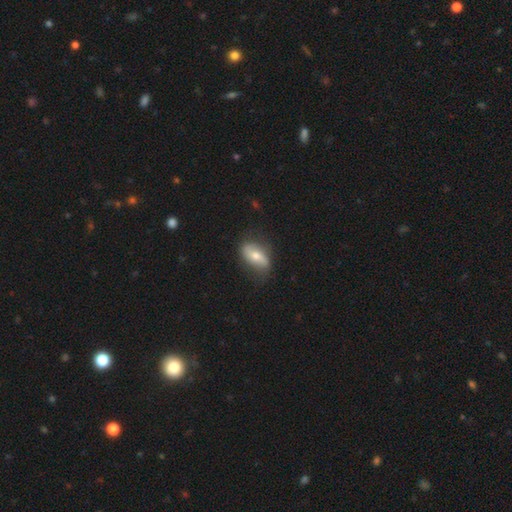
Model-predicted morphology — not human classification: Smooth or featured?
  - smooth: 53% *
  - featured or disk: 41%
  - star or artifact: 6%
How rounded?
  - in between: 86% *
  - cigar-shaped: 8%
  - round: 6%
Merging?
  - none: 68% *
  - minor disturbance: 24%
  - major disturbance: 7%
  - merger: 1%